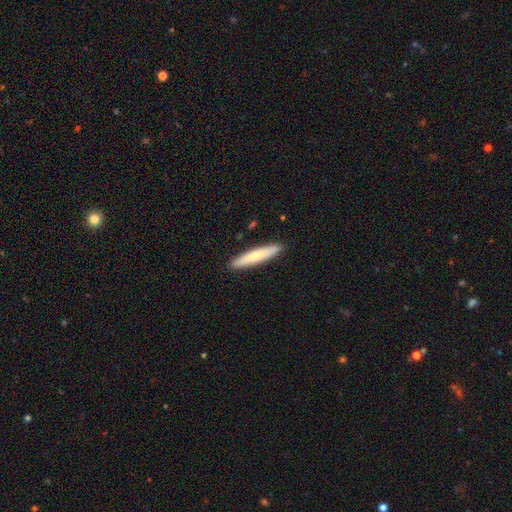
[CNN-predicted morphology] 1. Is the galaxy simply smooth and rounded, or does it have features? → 73% smooth, 22% featured or disk, 5% star or artifact.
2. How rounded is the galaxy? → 92% cigar-shaped, 7% in between, 1% round.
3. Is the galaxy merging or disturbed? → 91% none, 6% minor disturbance, 1% major disturbance, 1% merger.